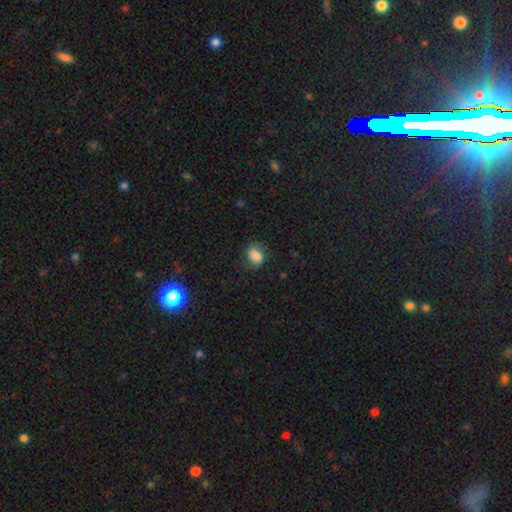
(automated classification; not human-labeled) A smooth galaxy with no disk features (83%) that is in between round and cigar-shaped (77%).

Vote fractions:
- Smooth or featured? smooth: 83% / star or artifact: 10% / featured or disk: 8%
- How rounded? in between: 77% / round: 21% / cigar-shaped: 2%
- Merging? none: 69% / minor disturbance: 22% / major disturbance: 8% / merger: 1%